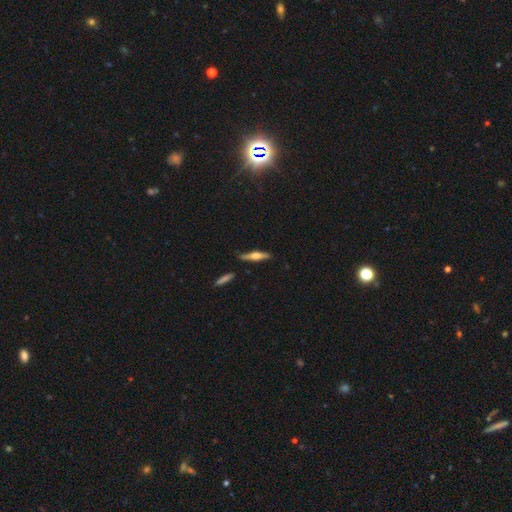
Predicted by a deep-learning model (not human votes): Smooth or featured? Predicted: featured or disk (p=0.55). Edge-on disk? Predicted: yes (p=0.96). Edge-on bulge? Predicted: rounded (p=0.81). Merging? Predicted: none (p=0.82).